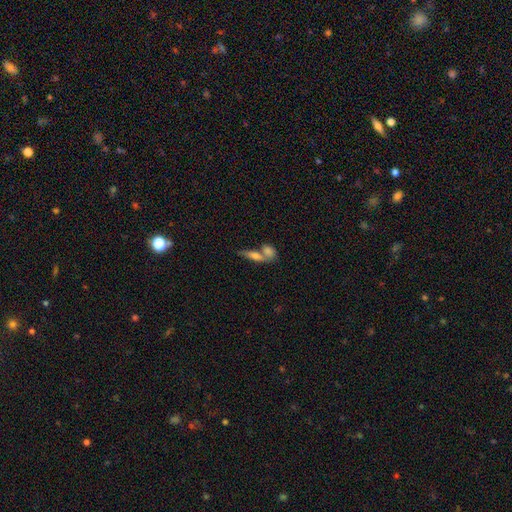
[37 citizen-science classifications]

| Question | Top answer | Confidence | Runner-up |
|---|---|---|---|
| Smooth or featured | smooth | 78% | featured or disk (19%) |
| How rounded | in between | 55% | cigar-shaped (38%) |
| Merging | merger | 58% | none (25%) |